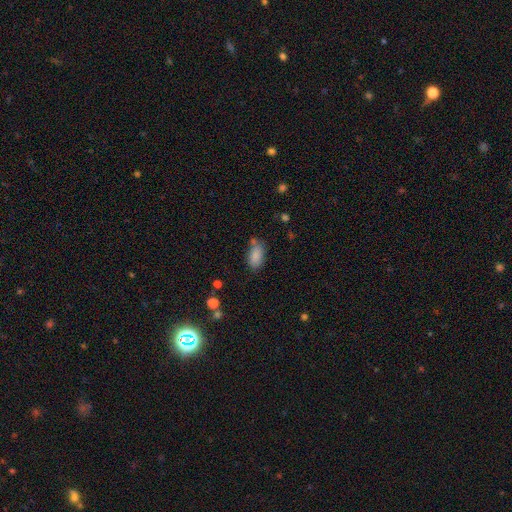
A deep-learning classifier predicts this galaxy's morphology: Q: Smooth or featured?
A: smooth (86%); runner-up: star or artifact (8%)
Q: How rounded?
A: in between (92%); runner-up: cigar-shaped (4%)
Q: Merging?
A: none (64%); runner-up: minor disturbance (20%)